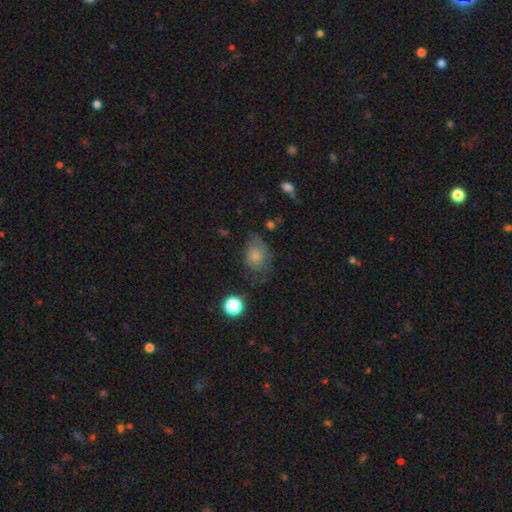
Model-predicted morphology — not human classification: Smooth or featured? Predicted: smooth (p=0.71). How rounded? Predicted: in between (p=0.56). Merging? Predicted: none (p=0.45).